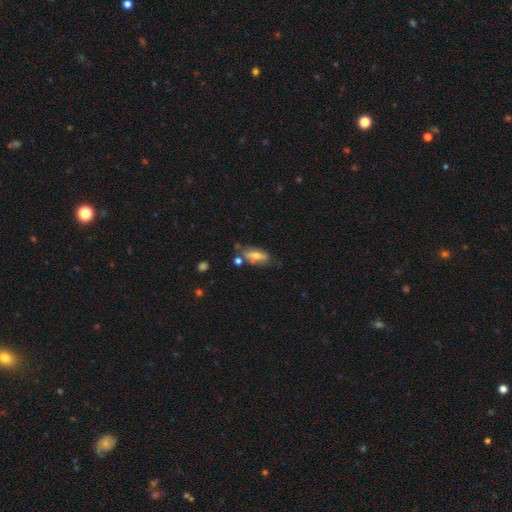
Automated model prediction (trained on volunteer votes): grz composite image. It shows a smooth galaxy with no disk features (57%) that is in between round and cigar-shaped (81%). Merging: none (54%).